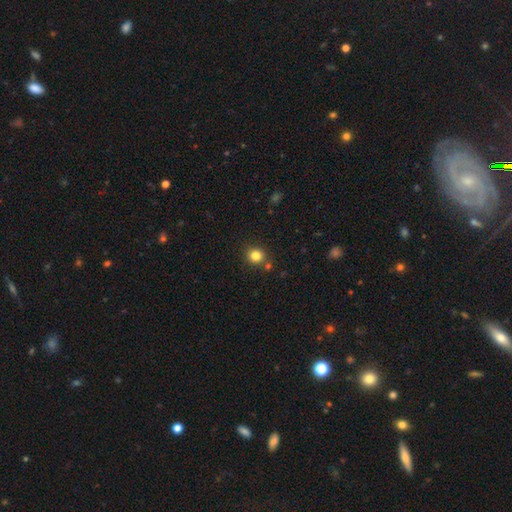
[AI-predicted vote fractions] Smooth or featured? Predicted: smooth (p=0.82). How rounded? Predicted: round (p=0.87). Merging? Predicted: none (p=0.82).